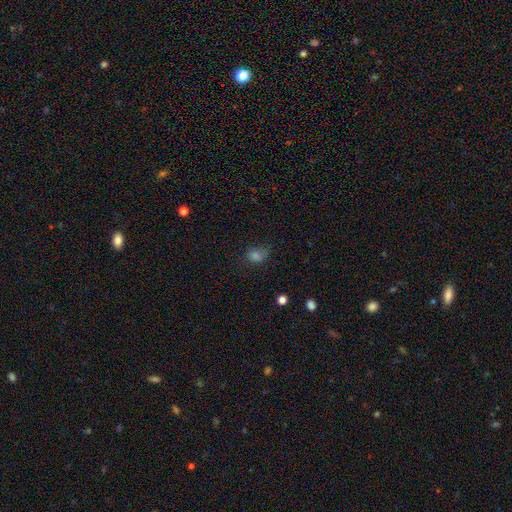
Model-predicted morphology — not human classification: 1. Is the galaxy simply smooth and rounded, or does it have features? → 69% smooth, 21% star or artifact, 10% featured or disk.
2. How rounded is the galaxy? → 50% in between, 48% round, 2% cigar-shaped.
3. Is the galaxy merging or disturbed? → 60% none, 26% minor disturbance, 12% major disturbance, 2% merger.